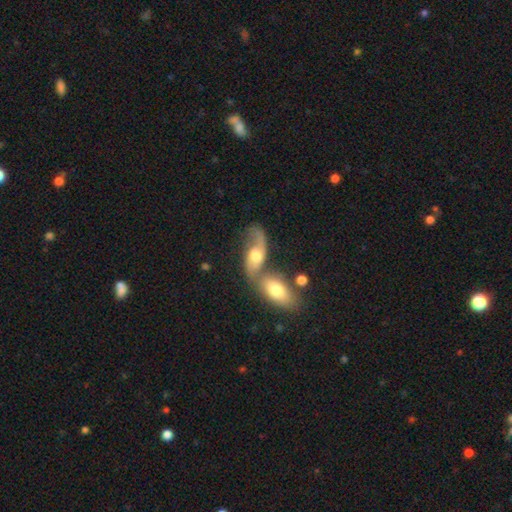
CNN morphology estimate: featured or disk 65%, smooth 28%, star or artifact 7%. Down the decision tree: edge-on disk — no (90%); bar — no (60%); spiral arms — yes (86%); spiral arm count — 2 (82%); spiral winding — loose (72%); bulge size — moderate (61%); merging — merger (54%).